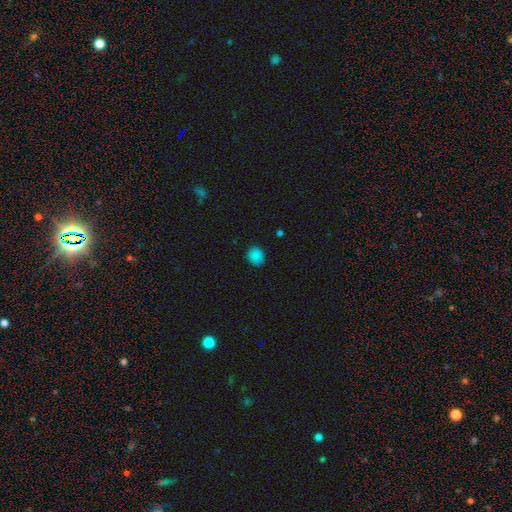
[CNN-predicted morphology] The model was most divided on "how rounded": round: 71%, in between: 28%, cigar-shaped: 1%. More confident: smooth or featured — smooth (83%); merging — none (83%).